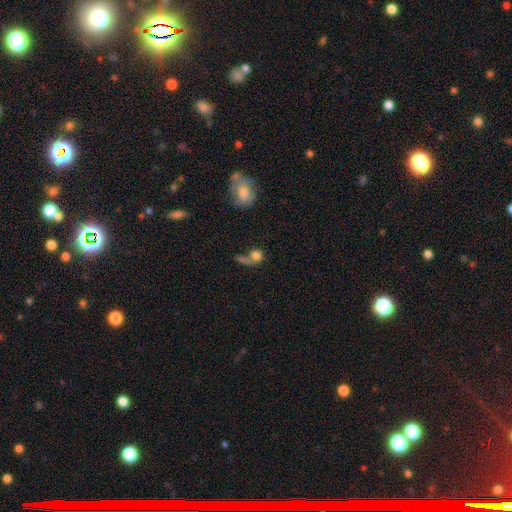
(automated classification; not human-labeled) Q: Smooth or featured?
A: smooth (71%); runner-up: featured or disk (17%)
Q: How rounded?
A: round (65%); runner-up: in between (31%)
Q: Merging?
A: merger (40%); runner-up: none (30%)